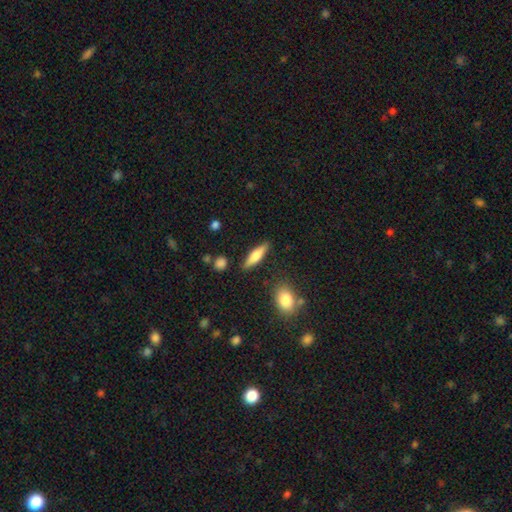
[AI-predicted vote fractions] Morphology: type=smooth (67%); roundness=cigar-shaped (65%); merging=none (85%).